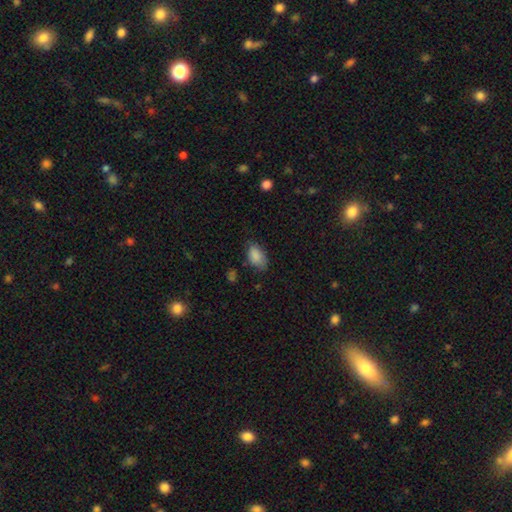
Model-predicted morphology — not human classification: This is clearly a smooth galaxy (87%). How rounded: clearly in between (93%). Merging: likely none (68%).